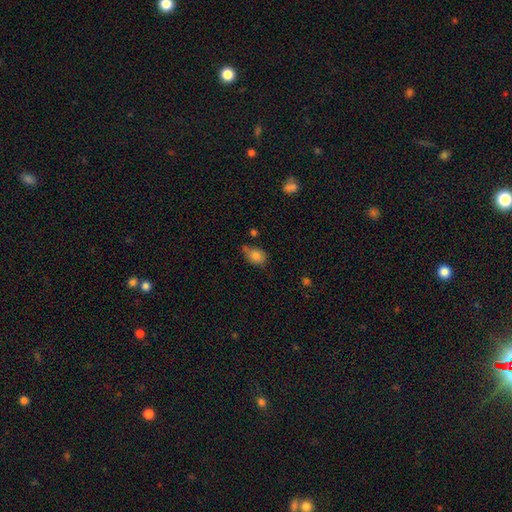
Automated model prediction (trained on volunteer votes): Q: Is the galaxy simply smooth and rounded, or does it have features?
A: smooth — 82%.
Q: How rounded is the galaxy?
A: in between — 64%.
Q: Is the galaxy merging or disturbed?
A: none — 55%.